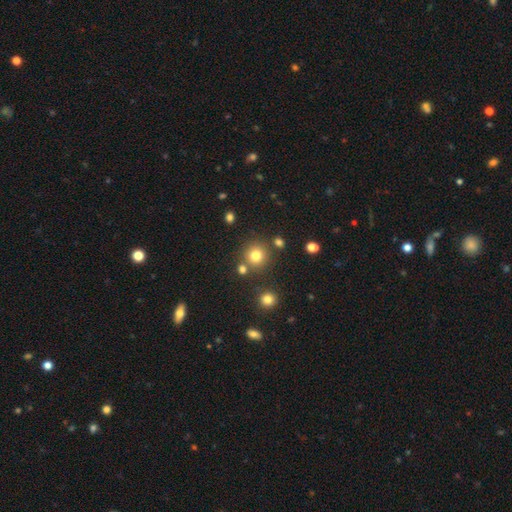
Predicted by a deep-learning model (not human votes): smooth-or-featured: smooth: 78% | star or artifact: 15% | featured or disk: 7%
  how-rounded: round: 92% | in between: 7% | cigar-shaped: 1%
  merging: none: 80% | merger: 9% | minor disturbance: 8% | major disturbance: 3%